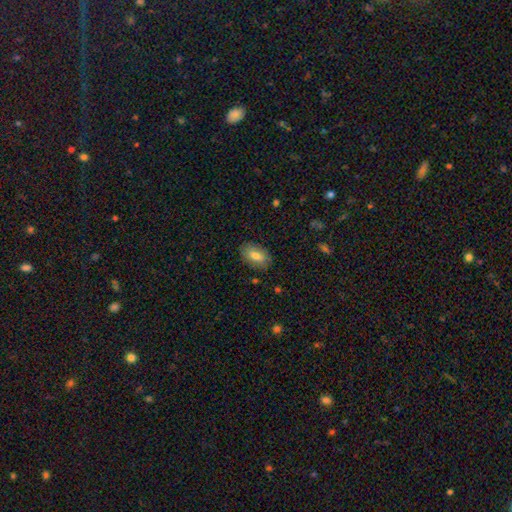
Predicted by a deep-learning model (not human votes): Smooth or featured: smooth — 78% (featured or disk — 15%)
How rounded: in between — 91% (round — 5%)
Merging: none — 85% (minor disturbance — 11%)